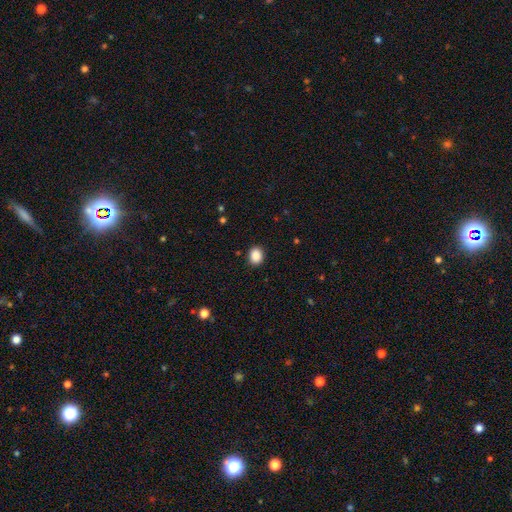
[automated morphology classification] smooth 88%, star or artifact 9%, featured or disk 3%. Down the decision tree: how rounded — round (53%); merging — none (90%).